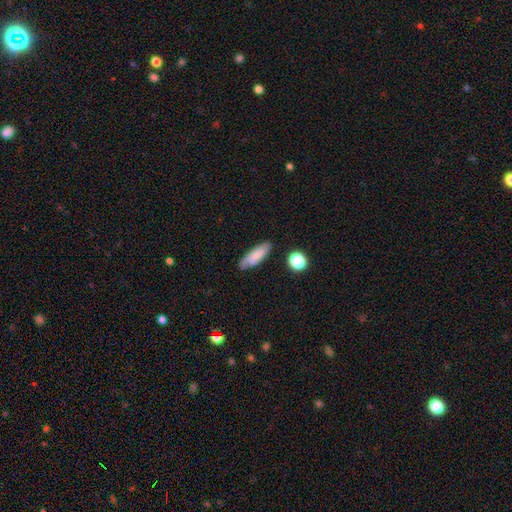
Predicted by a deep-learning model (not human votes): Smooth or featured? smooth (71%)
How rounded? in between (53%)
Merging? none (75%)